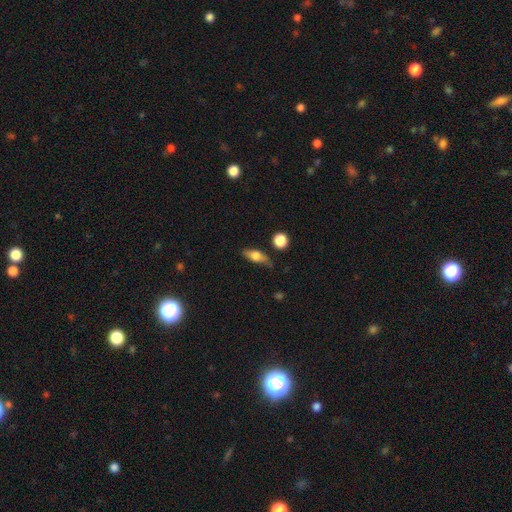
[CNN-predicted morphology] smooth_or_featured: smooth (p=0.54) [alt: featured or disk p=0.38]
how_rounded: in between (p=0.61) [alt: cigar-shaped p=0.30]
merging: none (p=0.67) [alt: minor disturbance p=0.24]